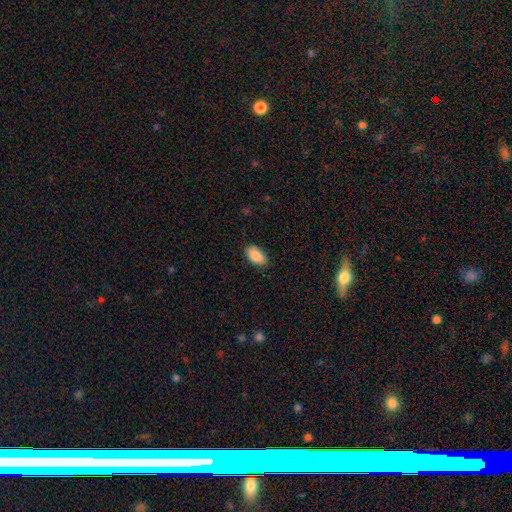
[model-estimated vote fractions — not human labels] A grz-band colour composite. It shows a smooth galaxy with no disk features (89%) that is in between round and cigar-shaped (94%). Merging: none (87%).